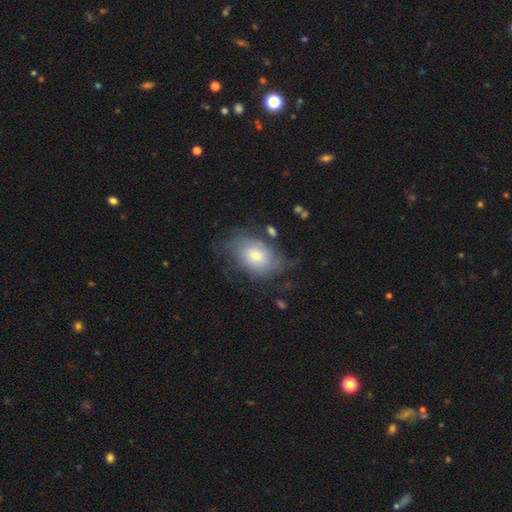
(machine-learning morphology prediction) Smooth or featured? featured or disk (57%)
Edge-on disk? no (95%)
Bar? no (77%)
Spiral arms? yes (76%)
Bulge size? moderate (48%)
Merging? none (57%)